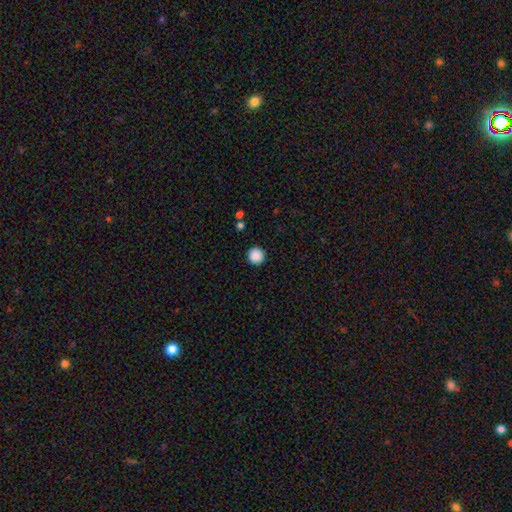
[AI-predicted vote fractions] The model was most divided on "smooth or featured": smooth: 88%, star or artifact: 9%, featured or disk: 3%. More confident: how rounded — round (96%); merging — none (93%).